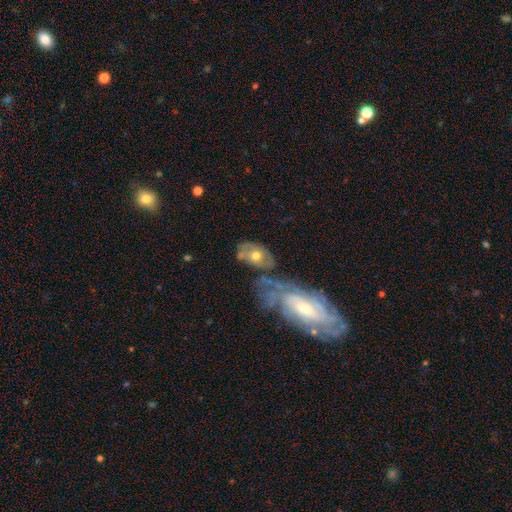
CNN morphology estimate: A featured or disk galaxy (54%).

Vote fractions:
- Smooth or featured? featured or disk: 54% / smooth: 40% / star or artifact: 7%
- Edge-on disk? no: 91% / yes: 9%
- Merging? none: 40% / merger: 29% / minor disturbance: 18% / major disturbance: 13%